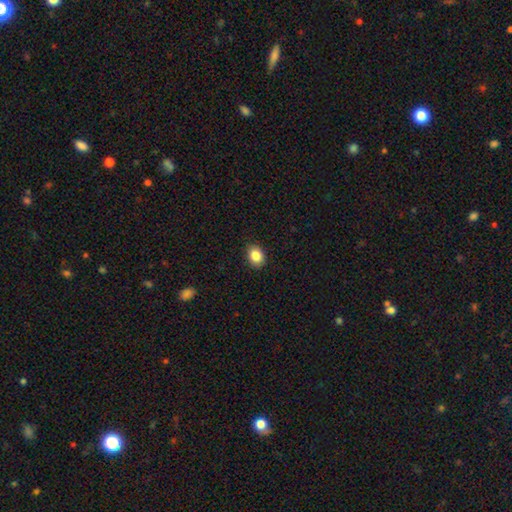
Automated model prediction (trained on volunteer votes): Smooth or featured? smooth (86%)
How rounded? in between (59%)
Merging? none (87%)